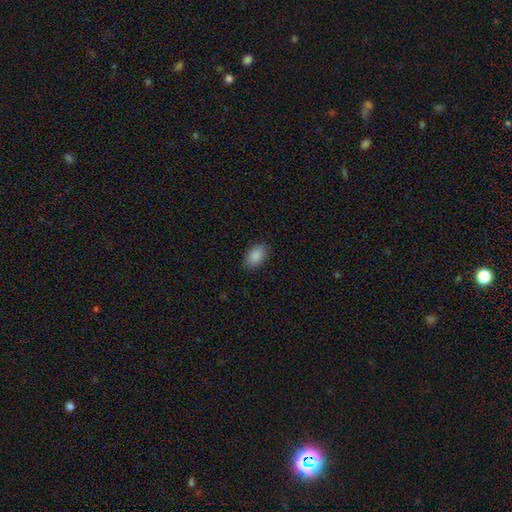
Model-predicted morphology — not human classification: Overall: smooth (89%). How rounded: in between (91%). Merging: none (87%).